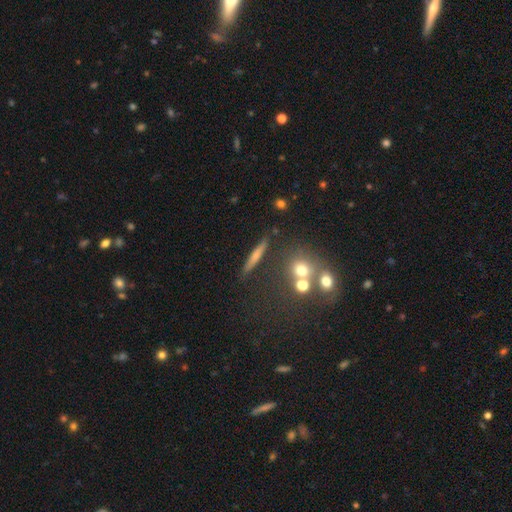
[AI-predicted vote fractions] smooth_or_featured: smooth (p=0.57) [alt: featured or disk p=0.33]
how_rounded: cigar-shaped (p=0.86) [alt: in between p=0.08]
merging: none (p=0.83) [alt: minor disturbance p=0.10]